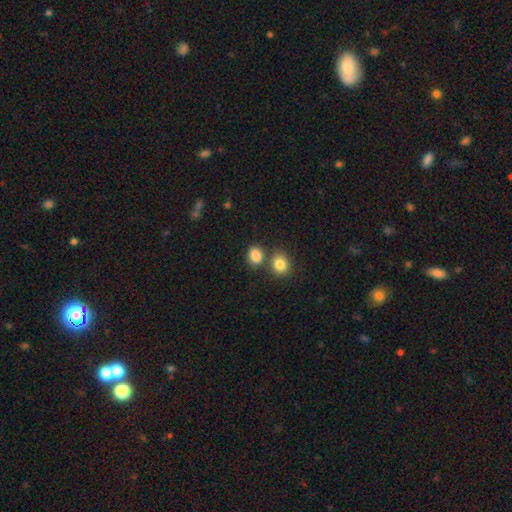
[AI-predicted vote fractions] Morphology: type=smooth (85%); roundness=round (51%); merging=none (62%).